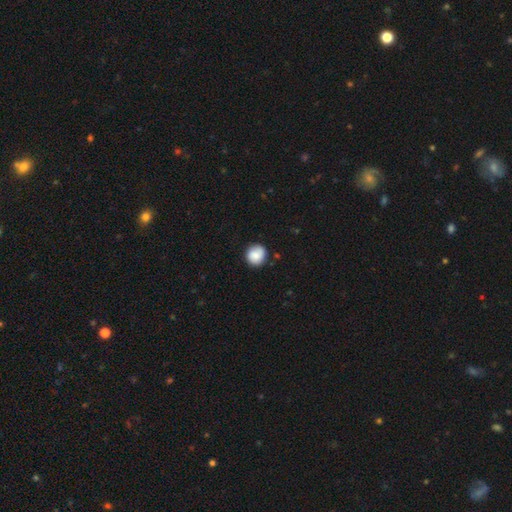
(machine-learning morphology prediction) Smooth or featured? Predicted: smooth (p=0.80). How rounded? Predicted: round (p=0.89). Merging? Predicted: none (p=0.83).